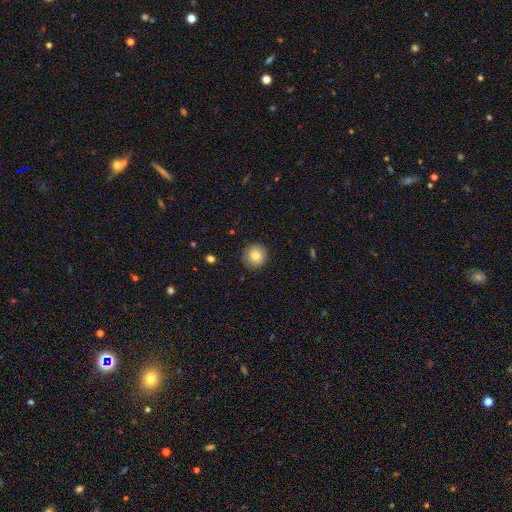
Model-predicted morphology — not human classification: smooth-or-featured: smooth: 83% | star or artifact: 9% | featured or disk: 8%
  how-rounded: round: 94% | in between: 5% | cigar-shaped: 1%
  merging: none: 90% | minor disturbance: 7% | major disturbance: 2% | merger: 1%